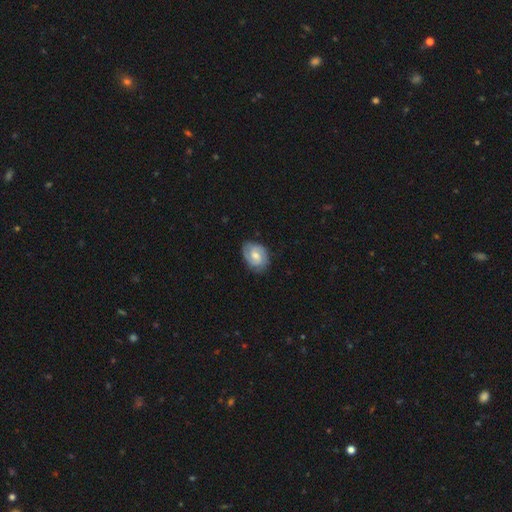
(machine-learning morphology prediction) smooth-or-featured: featured or disk: 63% | smooth: 31% | star or artifact: 6%
  disk-edge-on: no: 97% | yes: 3%
    bar: weak: 49% | no: 42% | strong: 10%
    has-spiral-arms: yes: 89% | no: 11%
      spiral-winding: tight: 50% | medium: 38% | loose: 12%
      spiral-arm-count: 2: 70% | can't tell: 16% | 3: 6% | 1: 5% | 4: 2% | more than 4: 1%
    bulge-size: moderate: 62% | small: 28% | large: 6% | none: 3% | dominant: 1%
  merging: none: 77% | minor disturbance: 18% | major disturbance: 4% | merger: 1%